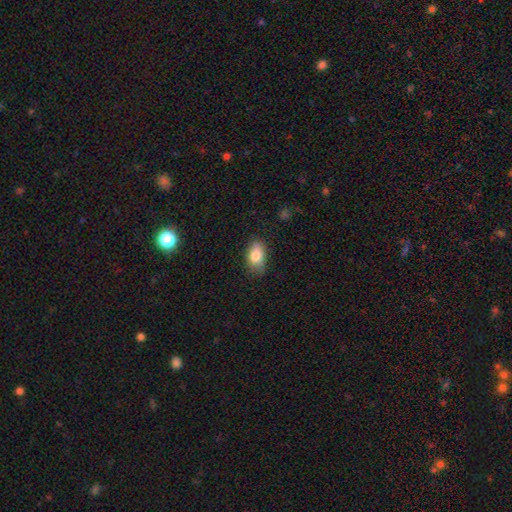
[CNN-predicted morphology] Q: Smooth or featured?
A: smooth (81%); runner-up: featured or disk (11%)
Q: How rounded?
A: in between (88%); runner-up: round (9%)
Q: Merging?
A: none (76%); runner-up: minor disturbance (19%)